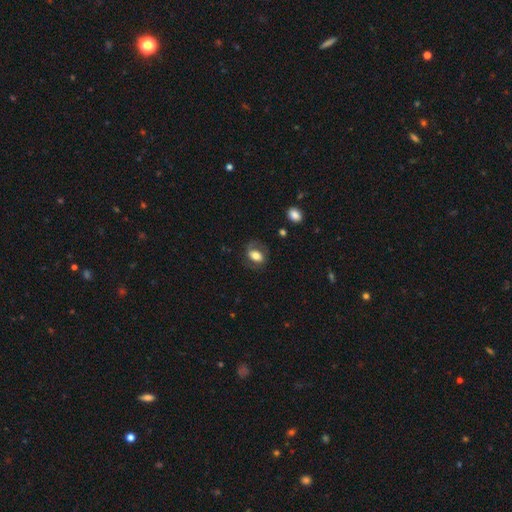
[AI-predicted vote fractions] smooth_or_featured: smooth (p=0.55) [alt: featured or disk p=0.37]
how_rounded: in between (p=0.77) [alt: round p=0.21]
merging: none (p=0.63) [alt: minor disturbance p=0.20]